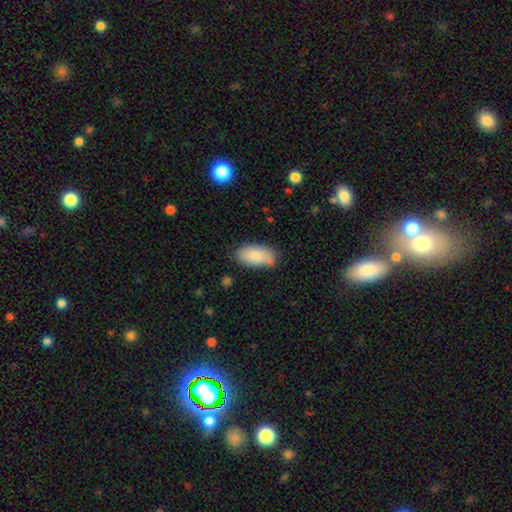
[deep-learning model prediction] Smooth or featured?
  - smooth: 84% *
  - featured or disk: 10%
  - star or artifact: 6%
How rounded?
  - in between: 94% *
  - cigar-shaped: 4%
  - round: 3%
Merging?
  - none: 70% *
  - minor disturbance: 22%
  - merger: 4%
  - major disturbance: 4%